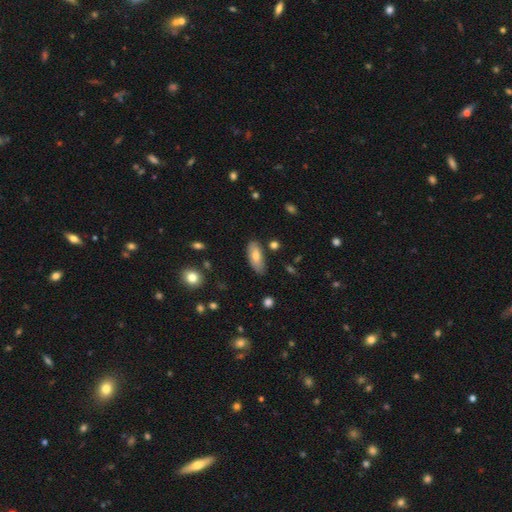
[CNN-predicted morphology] A smooth galaxy with no disk features (70%) that is in between round and cigar-shaped (81%). Merging: none (78%).